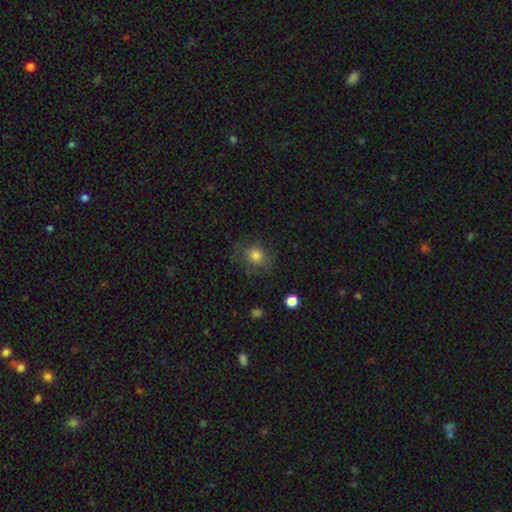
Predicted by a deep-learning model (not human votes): smooth_or_featured: smooth (p=0.77) [alt: star or artifact p=0.11]
how_rounded: round (p=0.80) [alt: in between p=0.19]
merging: none (p=0.71) [alt: minor disturbance p=0.18]